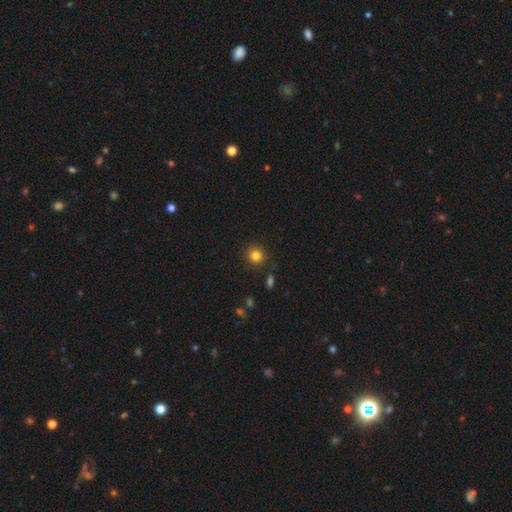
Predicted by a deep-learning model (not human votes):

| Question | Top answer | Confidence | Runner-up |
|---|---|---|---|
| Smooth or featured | smooth | 83% | star or artifact (12%) |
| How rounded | round | 90% | in between (9%) |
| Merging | none | 89% | minor disturbance (7%) |